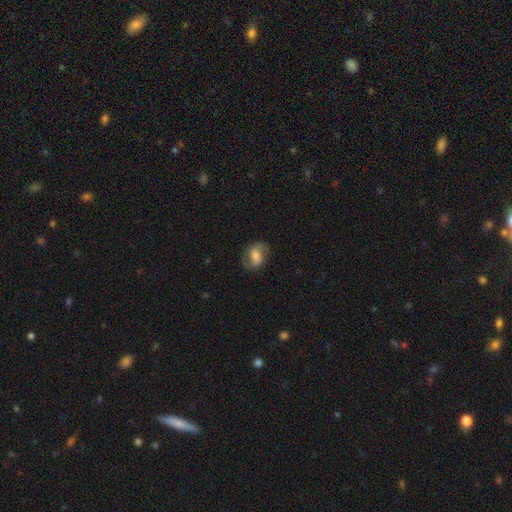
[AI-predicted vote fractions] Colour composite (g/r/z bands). It shows a featured or disk galaxy (53%) with a weak bar (43%), spiral arms (84%) and a moderate central bulge (55%). Merging: none (75%).